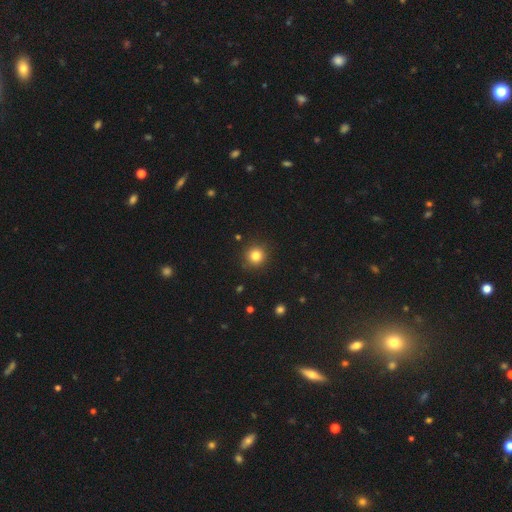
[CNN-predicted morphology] The model was most divided on "smooth or featured": smooth: 82%, star or artifact: 12%, featured or disk: 5%. More confident: how rounded — round (94%); merging — none (91%).